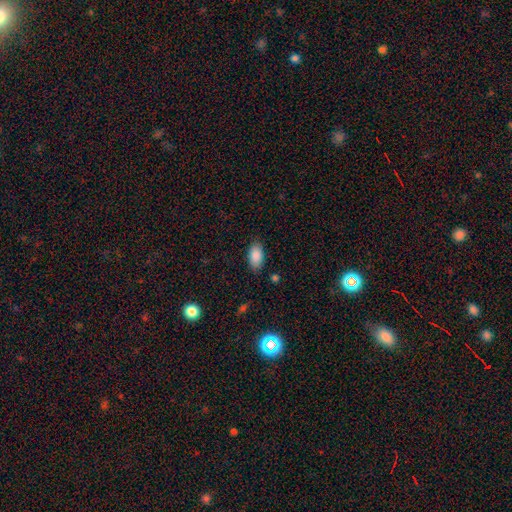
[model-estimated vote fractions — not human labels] This appears to be a smooth galaxy with no disk features (88%) that is in between round and cigar-shaped (93%). Merging: none (84%).